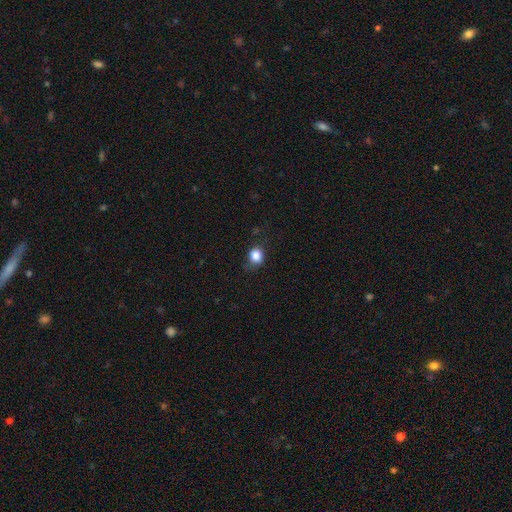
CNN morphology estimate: type=smooth (84%); roundness=round (71%); merging=none (76%).